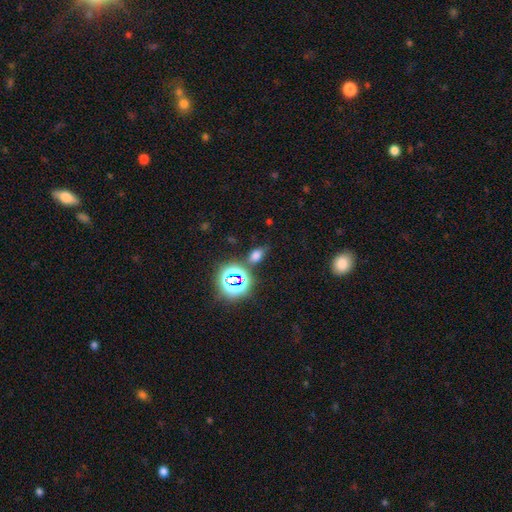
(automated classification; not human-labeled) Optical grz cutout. It shows a smooth galaxy with no disk features (61%) that is in between round and cigar-shaped (74%). Merging: none (69%).